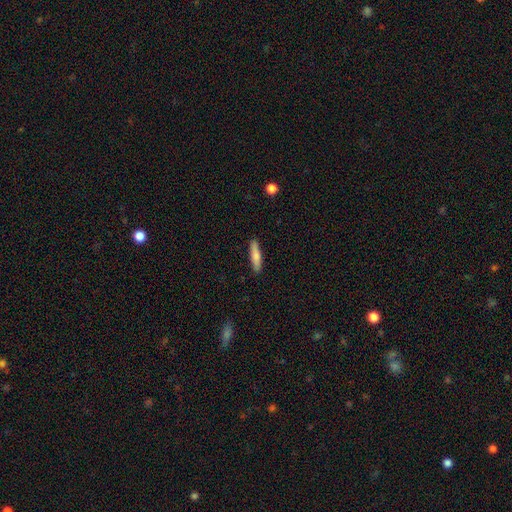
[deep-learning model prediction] Smooth or featured?
  - smooth: 76% *
  - featured or disk: 18%
  - star or artifact: 6%
How rounded?
  - cigar-shaped: 82% *
  - in between: 16%
  - round: 2%
Merging?
  - none: 89% *
  - minor disturbance: 8%
  - major disturbance: 2%
  - merger: 1%